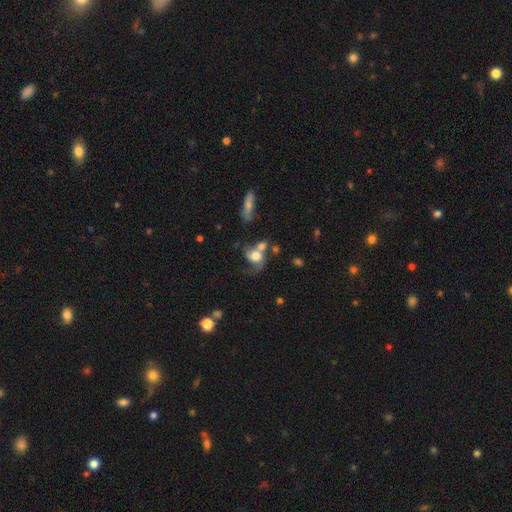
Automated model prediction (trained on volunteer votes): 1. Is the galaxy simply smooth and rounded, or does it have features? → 49% featured or disk, 42% smooth, 9% star or artifact.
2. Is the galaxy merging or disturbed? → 32% merger, 28% major disturbance, 25% none, 14% minor disturbance.